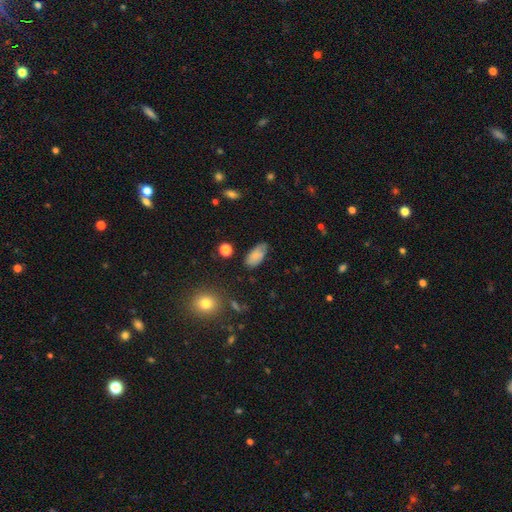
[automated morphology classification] This is clearly a smooth galaxy (80%). How rounded: clearly in between (91%). Merging: likely none (70%).